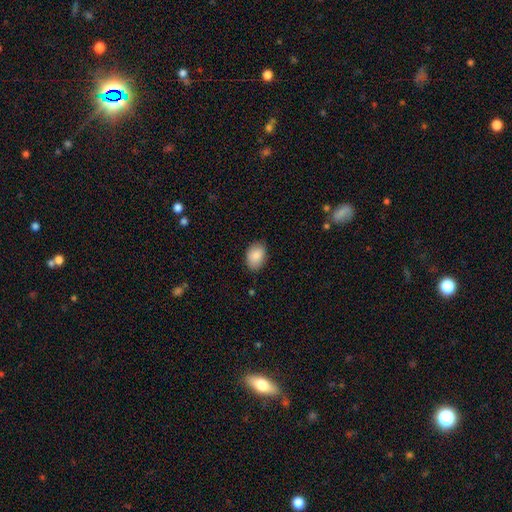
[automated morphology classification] smooth 87%, star or artifact 7%, featured or disk 6%. Down the decision tree: how rounded — in between (81%); merging — none (82%).